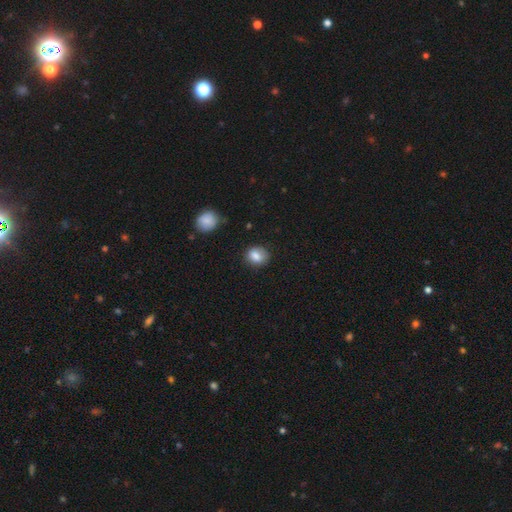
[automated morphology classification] Smooth or featured? smooth (84%)
How rounded? round (61%)
Merging? none (76%)